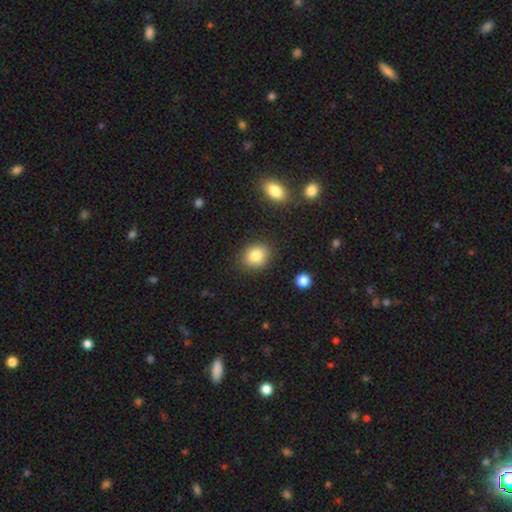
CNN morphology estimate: smooth_or_featured: smooth (p=0.83) [alt: star or artifact p=0.09]
how_rounded: round (p=0.56) [alt: in between p=0.43]
merging: none (p=0.86) [alt: minor disturbance p=0.10]